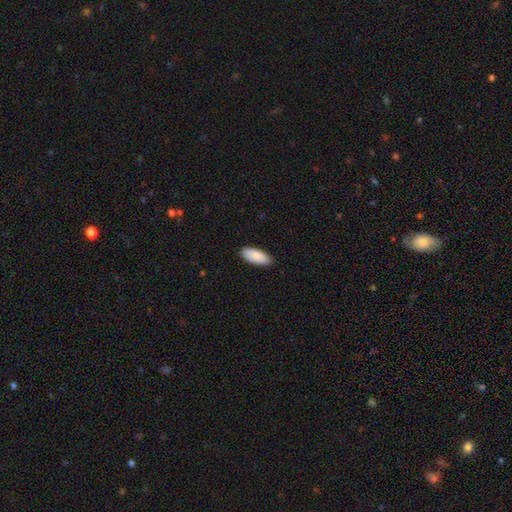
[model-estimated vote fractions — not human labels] Morphology: type=smooth (88%); roundness=in between (85%); merging=none (88%).